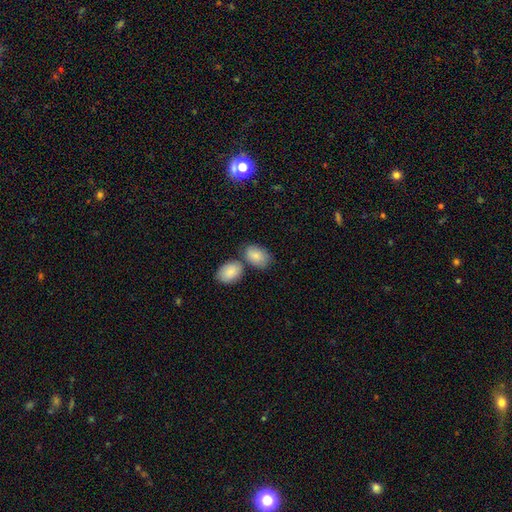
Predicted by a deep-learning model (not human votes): Overall: smooth (85%). How rounded: in between (88%). Merging: none (46%; merger 36%).